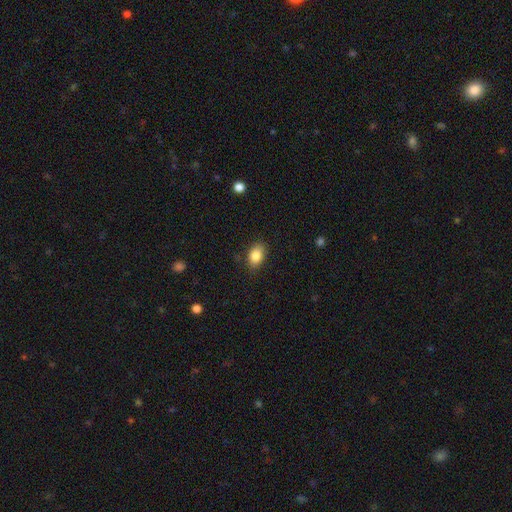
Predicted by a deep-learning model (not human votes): smooth-or-featured: smooth: 85% | star or artifact: 8% | featured or disk: 7%
  how-rounded: in between: 85% | round: 14% | cigar-shaped: 2%
  merging: none: 84% | minor disturbance: 12% | major disturbance: 3% | merger: 1%